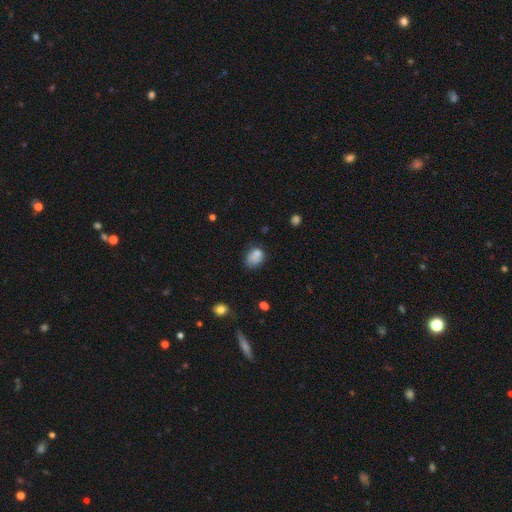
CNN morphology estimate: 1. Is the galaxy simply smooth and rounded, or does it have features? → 76% smooth, 13% featured or disk, 11% star or artifact.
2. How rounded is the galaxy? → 68% in between, 31% round, 1% cigar-shaped.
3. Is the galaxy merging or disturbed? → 44% none, 33% minor disturbance, 15% major disturbance, 9% merger.